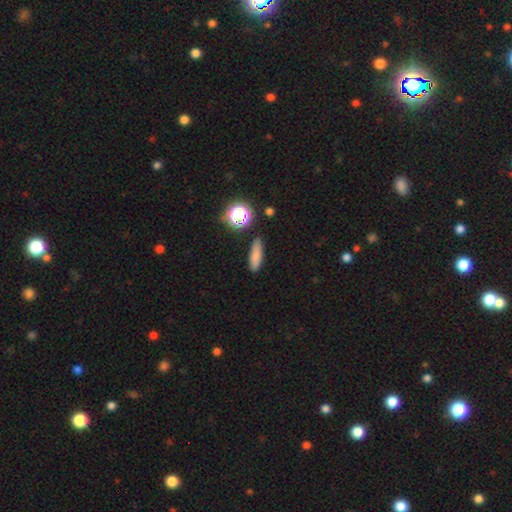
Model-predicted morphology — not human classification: Smooth or featured? smooth (77%)
How rounded? cigar-shaped (63%)
Merging? none (85%)